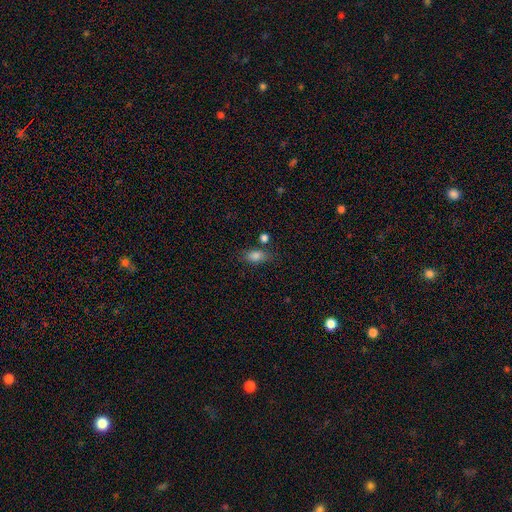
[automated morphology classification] Smooth or featured: smooth — 81% (star or artifact — 10%)
How rounded: in between — 83% (round — 11%)
Merging: none — 70% (minor disturbance — 16%)